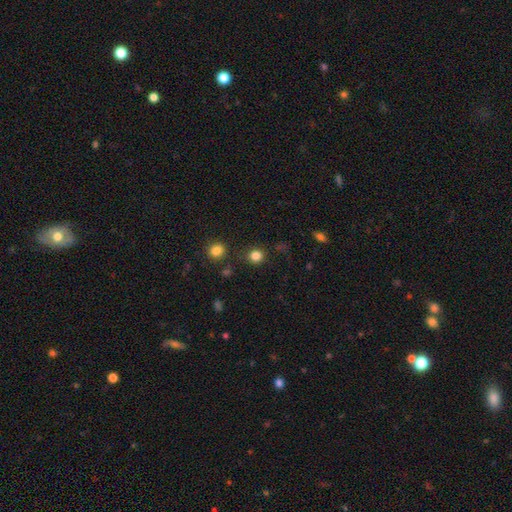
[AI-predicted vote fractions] Morphology: type=smooth (83%); roundness=round (85%); merging=none (84%).